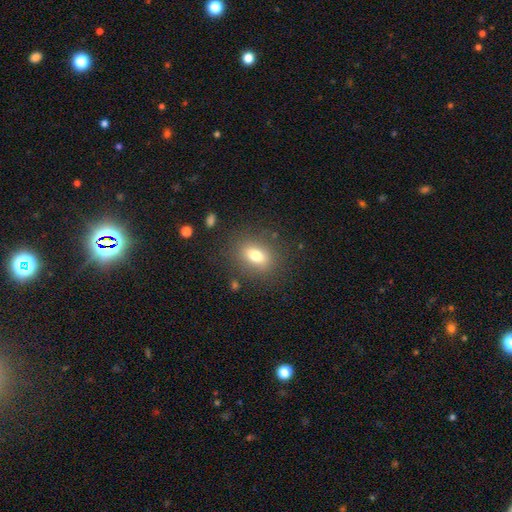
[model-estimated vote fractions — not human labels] smooth 76%, featured or disk 13%, star or artifact 11%. Down the decision tree: how rounded — in between (67%); merging — none (83%).